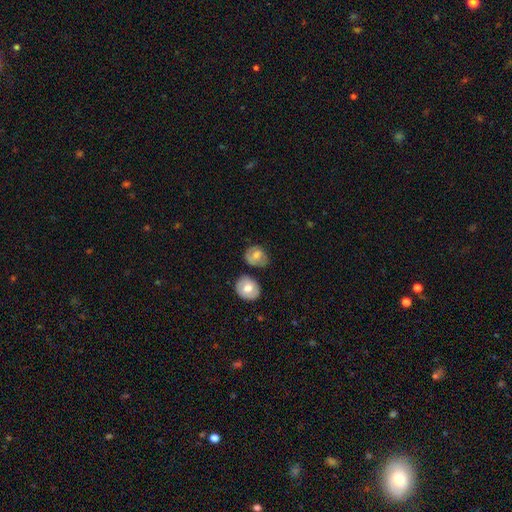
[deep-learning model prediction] Smooth or featured? smooth (63%)
How rounded? round (54%)
Merging? none (53%)